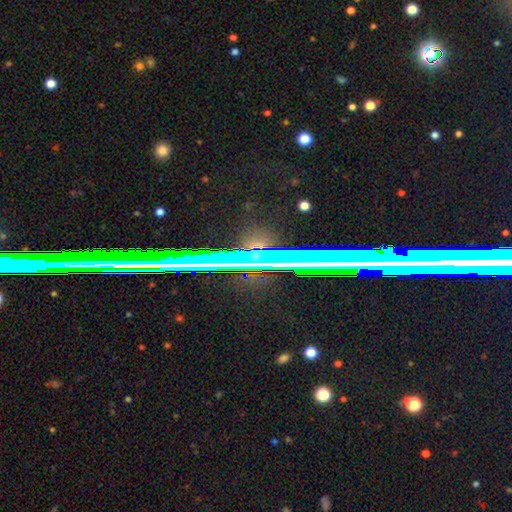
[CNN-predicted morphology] Smooth or featured? Predicted: star or artifact (p=0.62).